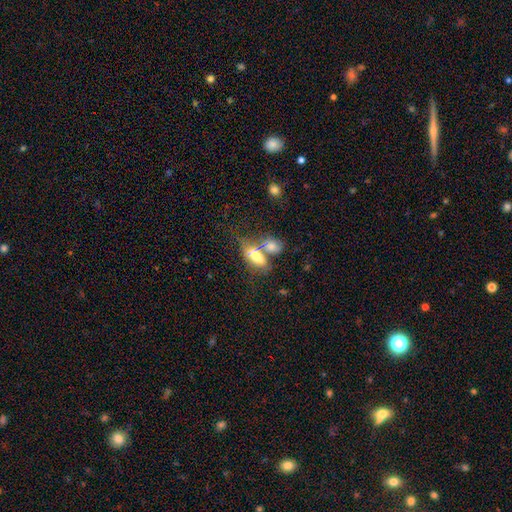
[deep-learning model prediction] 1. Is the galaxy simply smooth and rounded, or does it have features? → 65% smooth, 26% featured or disk, 9% star or artifact.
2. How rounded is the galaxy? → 78% in between, 17% cigar-shaped, 5% round.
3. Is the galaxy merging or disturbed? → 53% merger, 27% none, 12% minor disturbance, 9% major disturbance.